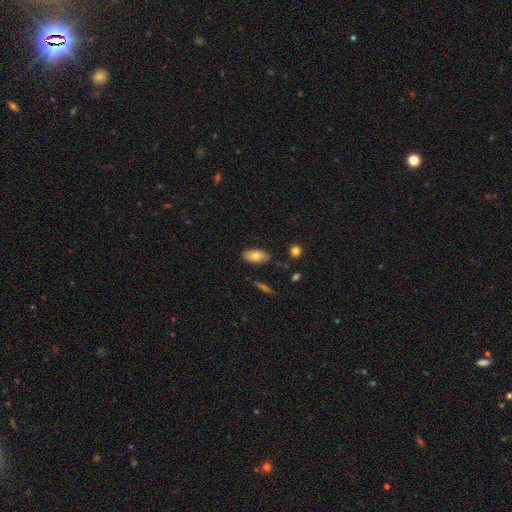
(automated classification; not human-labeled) Smooth or featured? Predicted: smooth (p=0.76). How rounded? Predicted: in between (p=0.91). Merging? Predicted: none (p=0.84).